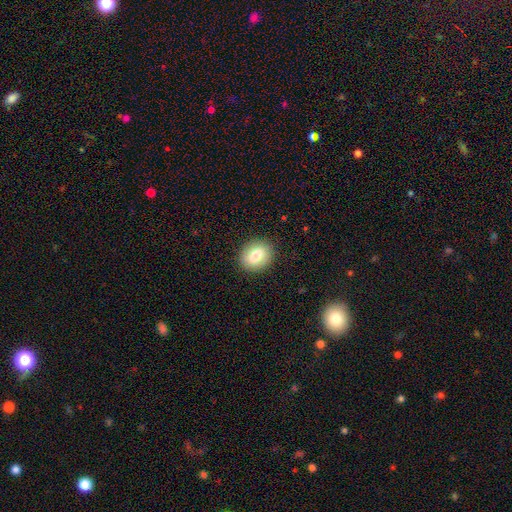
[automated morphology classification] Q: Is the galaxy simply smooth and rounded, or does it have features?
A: smooth — 81%.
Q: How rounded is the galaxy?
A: in between — 54%.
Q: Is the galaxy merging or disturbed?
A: none — 88%.